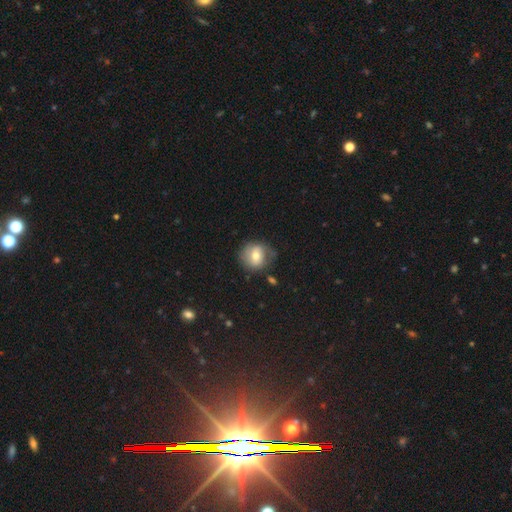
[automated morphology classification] Smooth or featured?
  - smooth: 62% *
  - featured or disk: 30%
  - star or artifact: 8%
How rounded?
  - round: 80% *
  - in between: 19%
  - cigar-shaped: 1%
Merging?
  - none: 63% *
  - minor disturbance: 24%
  - major disturbance: 9%
  - merger: 3%